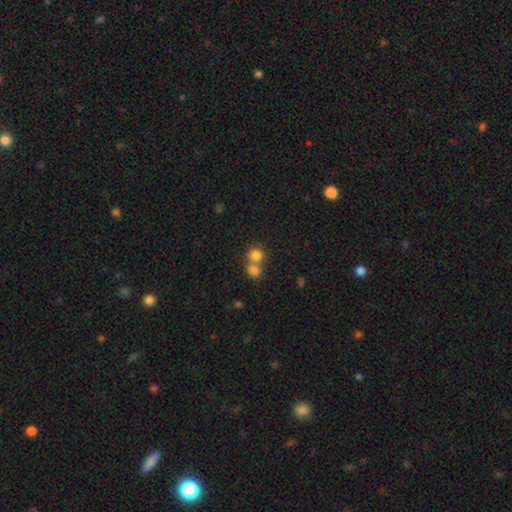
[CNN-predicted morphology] This appears to be a smooth galaxy with no disk features (79%) that is round (81%). Merging: merger (51%).